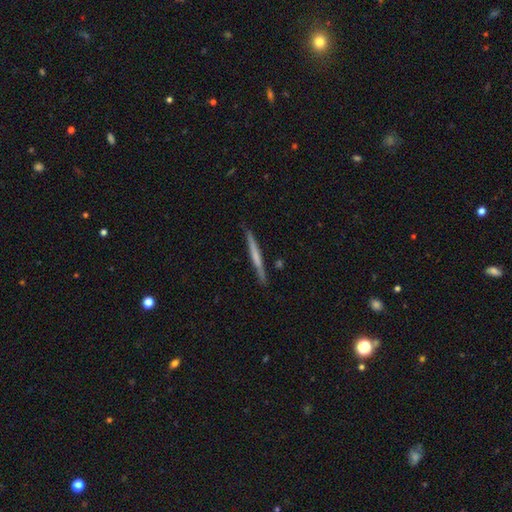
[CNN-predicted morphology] Q: Smooth or featured?
A: featured or disk (51%); runner-up: smooth (44%)
Q: Edge-on disk?
A: yes (97%); runner-up: no (3%)
Q: Merging?
A: none (88%); runner-up: minor disturbance (9%)